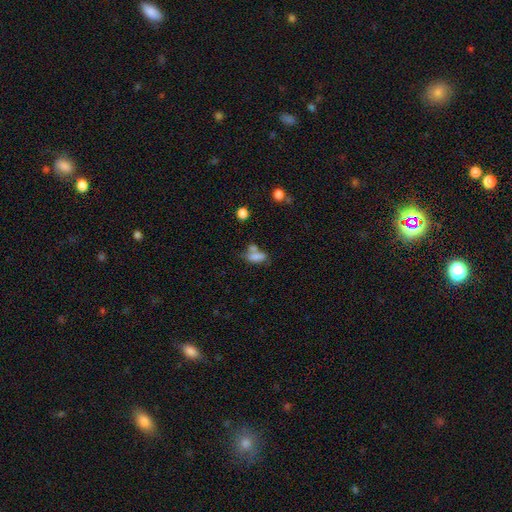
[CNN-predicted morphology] A smooth galaxy with no disk features (72%) that is in between round and cigar-shaped (78%).

Vote fractions:
- Smooth or featured? smooth: 72% / featured or disk: 15% / star or artifact: 12%
- How rounded? in between: 78% / cigar-shaped: 16% / round: 7%
- Merging? merger: 43% / none: 32% / minor disturbance: 15% / major disturbance: 10%